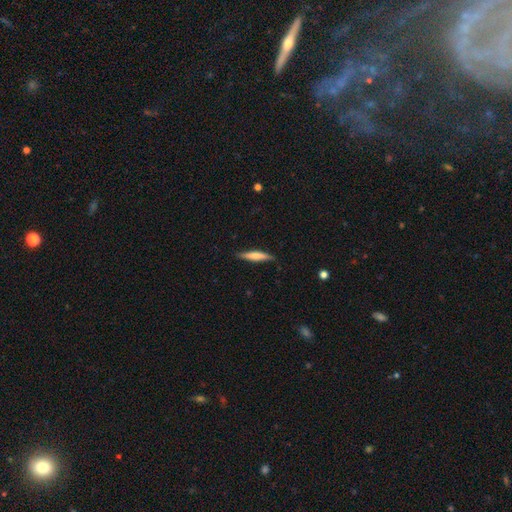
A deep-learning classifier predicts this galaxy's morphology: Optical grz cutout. It shows a smooth galaxy with no disk features (56%) that is cigar-shaped (88%). Merging: none (87%).